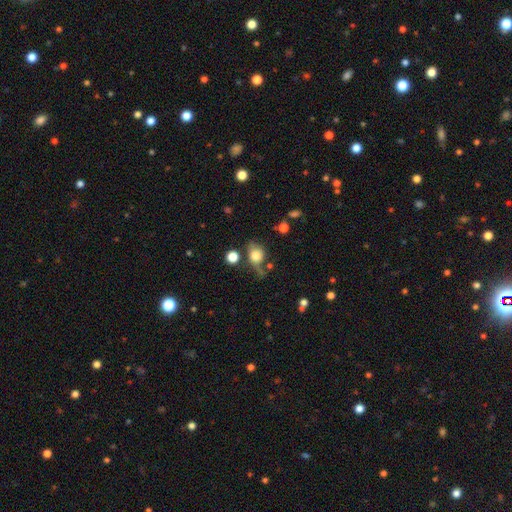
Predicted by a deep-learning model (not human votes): Overall: smooth (72%). How rounded: round (55%; in between 43%). Merging: none (42%; minor disturbance 26%).